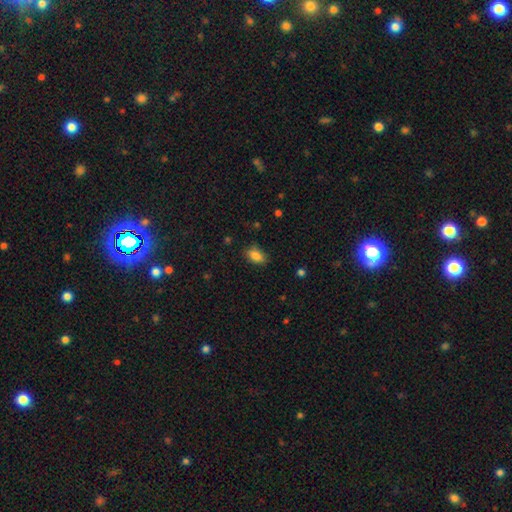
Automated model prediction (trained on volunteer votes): Smooth or featured?
  - smooth: 86% *
  - star or artifact: 9%
  - featured or disk: 5%
How rounded?
  - in between: 88% *
  - round: 8%
  - cigar-shaped: 3%
Merging?
  - none: 80% *
  - minor disturbance: 16%
  - major disturbance: 3%
  - merger: 1%